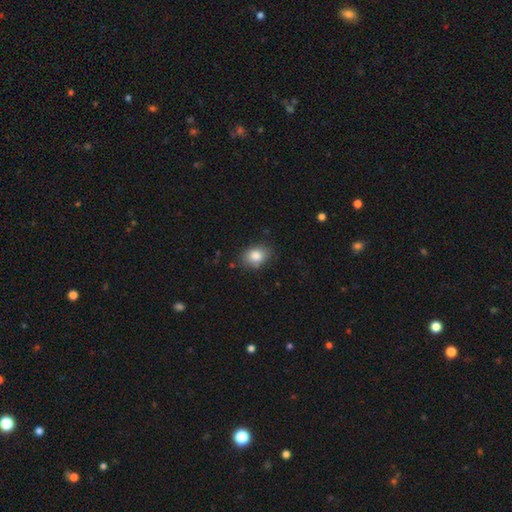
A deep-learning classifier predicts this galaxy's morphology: Overall: smooth (85%). How rounded: in between (64%; round 35%). Merging: none (79%).